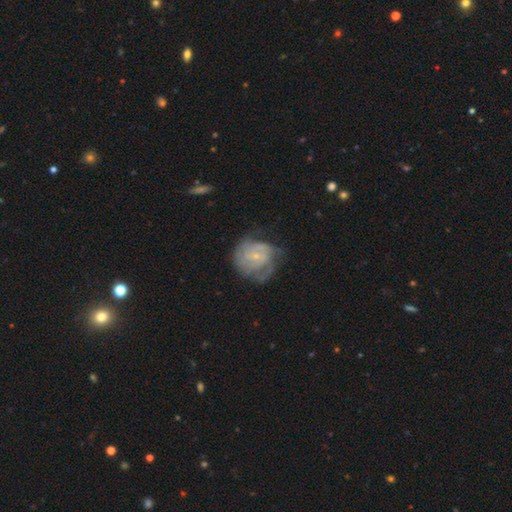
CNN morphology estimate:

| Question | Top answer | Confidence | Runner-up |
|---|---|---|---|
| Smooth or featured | featured or disk | 73% | smooth (20%) |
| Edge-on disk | no | 98% | yes (2%) |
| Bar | no | 60% | weak (35%) |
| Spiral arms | yes | 86% | no (14%) |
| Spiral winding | tight | 53% | medium (35%) |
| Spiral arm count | can't tell | 39% | 2 (22%) |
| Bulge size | small | 76% | moderate (16%) |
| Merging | none | 50% | minor disturbance (27%) |